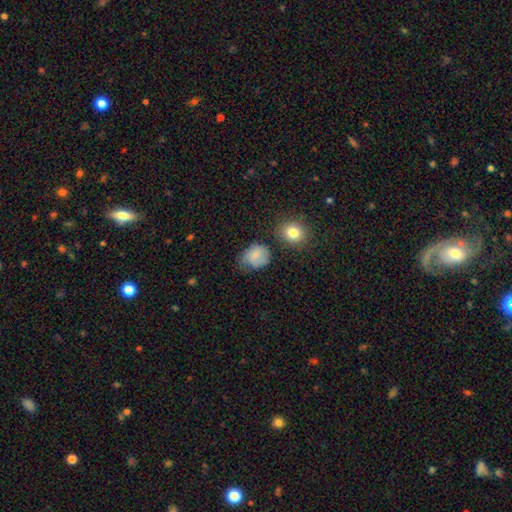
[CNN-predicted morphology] Smooth or featured: smooth — 79% (featured or disk — 11%)
How rounded: round — 57% (in between — 42%)
Merging: none — 45% (minor disturbance — 35%)